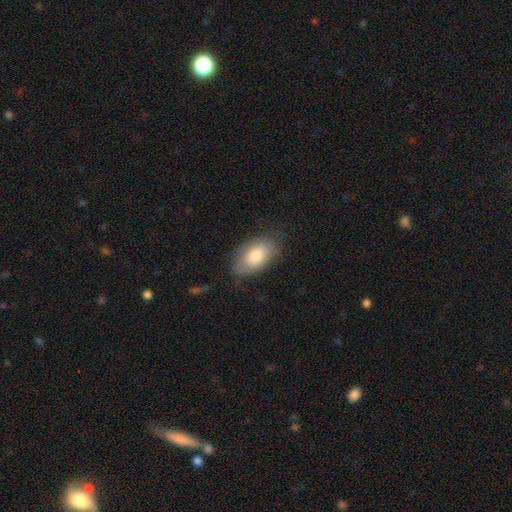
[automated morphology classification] smooth-or-featured: smooth: 78% | featured or disk: 16% | star or artifact: 6%
  how-rounded: in between: 94% | round: 4% | cigar-shaped: 2%
  merging: none: 72% | minor disturbance: 21% | major disturbance: 6% | merger: 1%